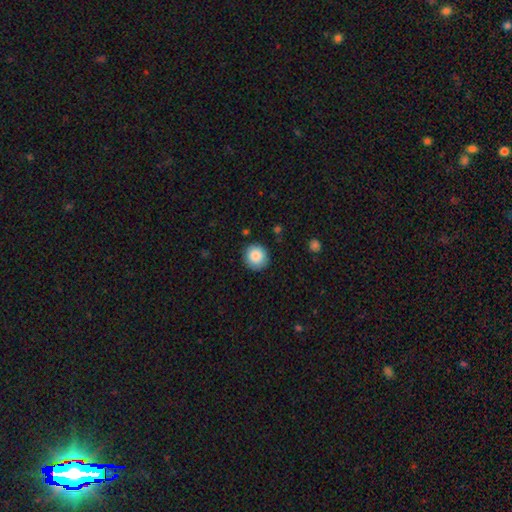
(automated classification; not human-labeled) Overall: smooth (87%). How rounded: round (92%). Merging: none (89%).